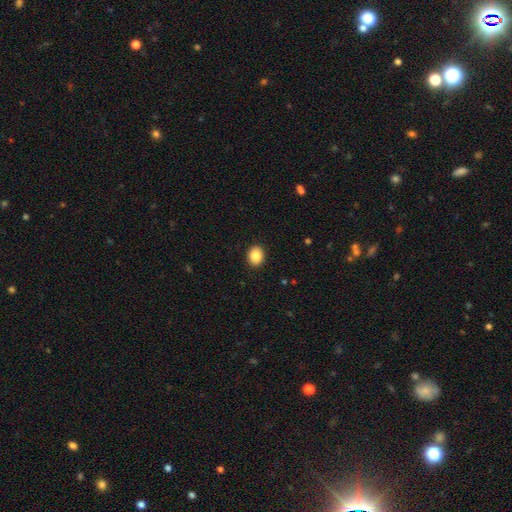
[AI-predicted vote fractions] Q: Smooth or featured?
A: smooth (88%); runner-up: star or artifact (8%)
Q: How rounded?
A: round (54%); runner-up: in between (45%)
Q: Merging?
A: none (91%); runner-up: minor disturbance (6%)